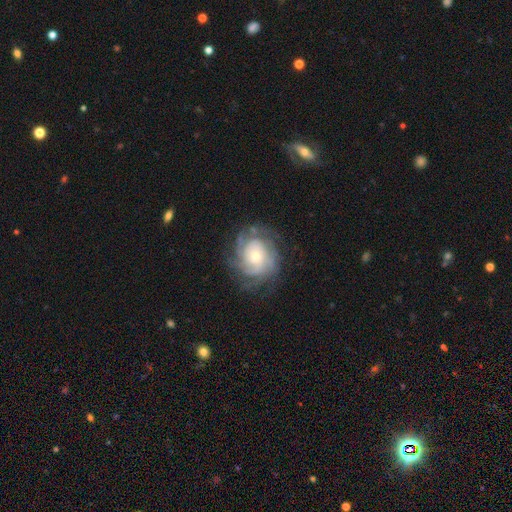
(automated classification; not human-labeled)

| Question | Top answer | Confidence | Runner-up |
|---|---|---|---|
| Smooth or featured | featured or disk | 80% | smooth (13%) |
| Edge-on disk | no | 97% | yes (3%) |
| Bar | no | 80% | weak (16%) |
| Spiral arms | yes | 93% | no (7%) |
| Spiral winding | tight | 64% | medium (27%) |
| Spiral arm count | can't tell | 36% | 4 (20%) |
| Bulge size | small | 56% | moderate (36%) |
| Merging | none | 70% | minor disturbance (17%) |